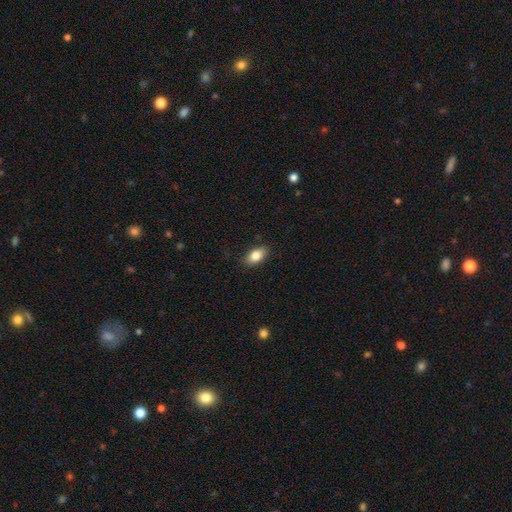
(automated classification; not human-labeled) Q: Smooth or featured?
A: smooth (83%); runner-up: featured or disk (9%)
Q: How rounded?
A: in between (90%); runner-up: round (5%)
Q: Merging?
A: none (86%); runner-up: minor disturbance (11%)